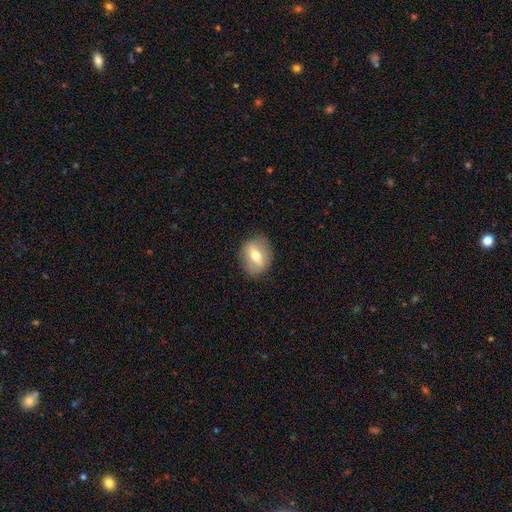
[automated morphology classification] Smooth or featured? smooth (52%)
How rounded? in between (53%)
Merging? none (84%)